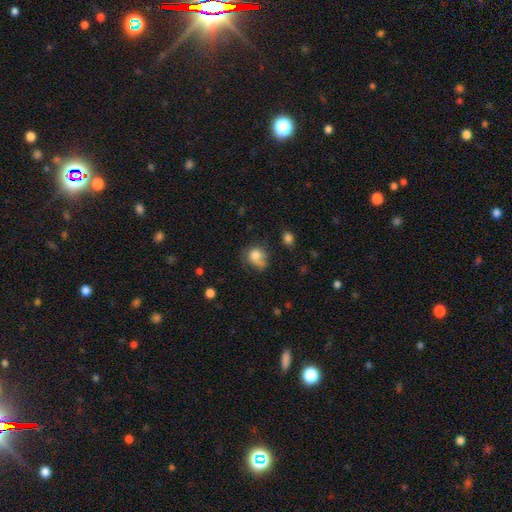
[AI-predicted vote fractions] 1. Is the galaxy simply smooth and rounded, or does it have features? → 78% smooth, 12% featured or disk, 10% star or artifact.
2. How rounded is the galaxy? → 65% round, 34% in between, 1% cigar-shaped.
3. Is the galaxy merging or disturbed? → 45% none, 31% minor disturbance, 16% major disturbance, 8% merger.